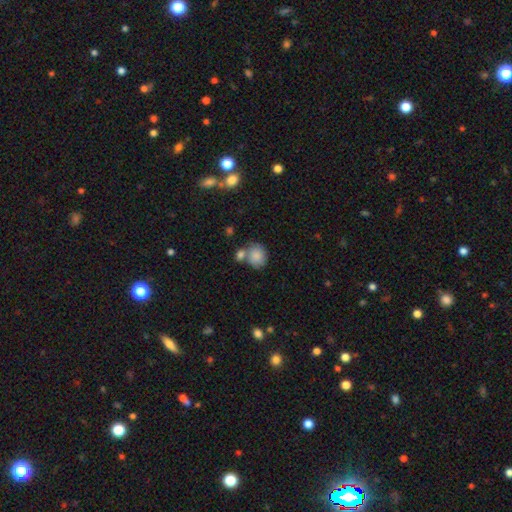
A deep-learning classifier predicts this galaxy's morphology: The model was most divided on "merging": none: 48%, merger: 32%, minor disturbance: 15%, major disturbance: 5%. More confident: smooth or featured — smooth (83%); how rounded — round (65%).